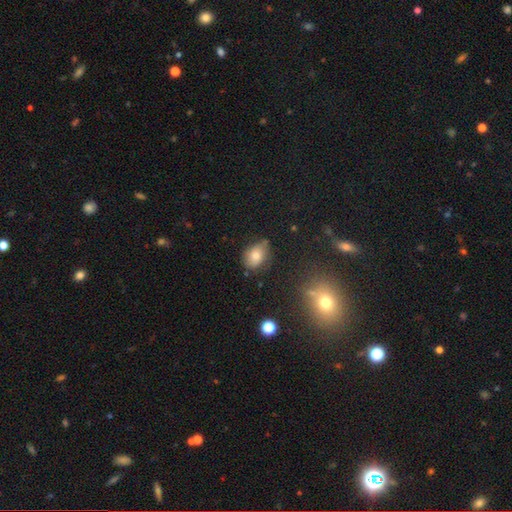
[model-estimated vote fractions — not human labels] This appears to be a smooth galaxy with no disk features (75%) that is in between round and cigar-shaped (76%). Merging: none (67%).